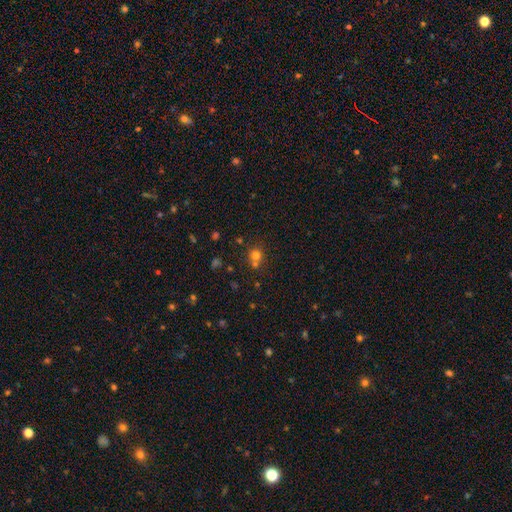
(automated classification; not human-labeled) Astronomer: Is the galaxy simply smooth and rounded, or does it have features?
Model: smooth — 72%.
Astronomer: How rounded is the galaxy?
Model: round — 88%.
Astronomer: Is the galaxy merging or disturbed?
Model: none — 58%.